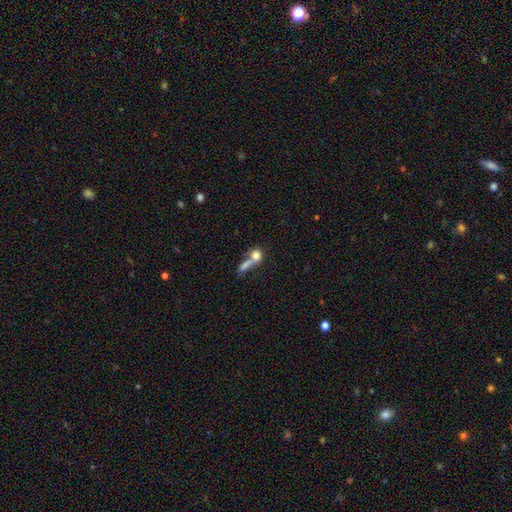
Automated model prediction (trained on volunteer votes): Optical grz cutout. It shows a smooth galaxy with no disk features (73%) that is round (57%). Merging: merger (54%).